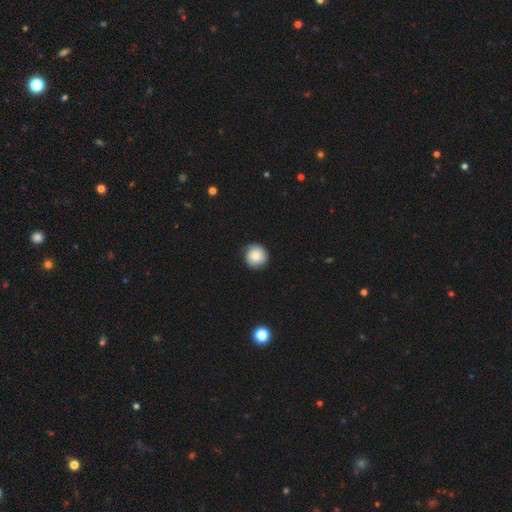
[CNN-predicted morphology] Smooth or featured?
  - smooth: 79% *
  - featured or disk: 14%
  - star or artifact: 7%
How rounded?
  - round: 94% *
  - in between: 5%
  - cigar-shaped: 1%
Merging?
  - none: 83% *
  - minor disturbance: 13%
  - major disturbance: 3%
  - merger: 1%